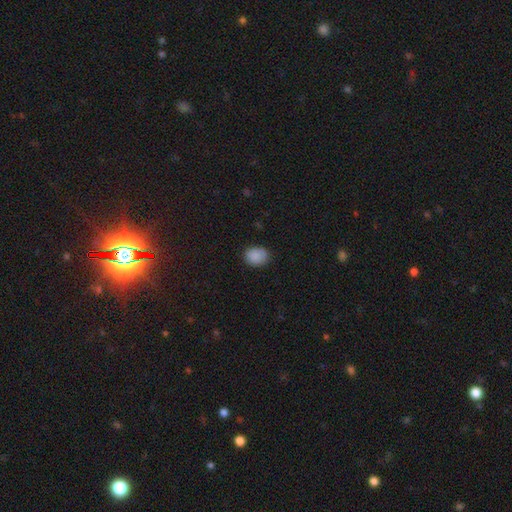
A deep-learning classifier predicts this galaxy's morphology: type=smooth (88%); roundness=in between (56%); merging=none (83%).